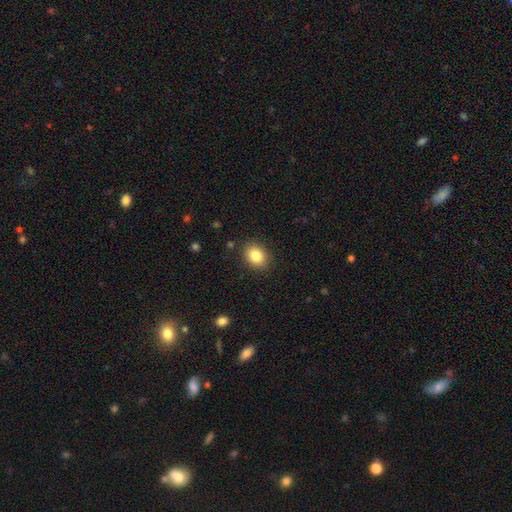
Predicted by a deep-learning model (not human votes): Morphology: type=smooth (85%); roundness=in between (58%); merging=none (87%).